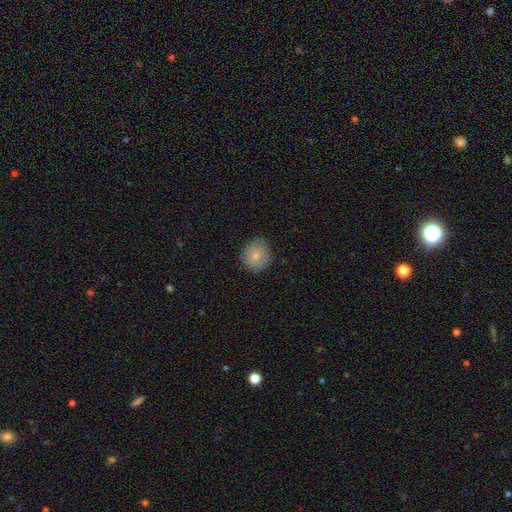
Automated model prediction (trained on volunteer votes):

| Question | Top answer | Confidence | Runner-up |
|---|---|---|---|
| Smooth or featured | smooth | 78% | featured or disk (14%) |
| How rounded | round | 76% | in between (23%) |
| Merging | none | 79% | minor disturbance (16%) |